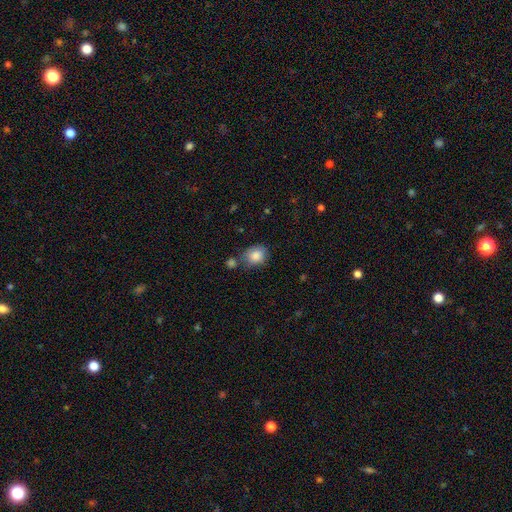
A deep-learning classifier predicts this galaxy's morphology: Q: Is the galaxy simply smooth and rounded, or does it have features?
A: smooth — 85%.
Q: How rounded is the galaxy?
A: round — 55%.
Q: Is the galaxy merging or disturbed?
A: none — 59%.